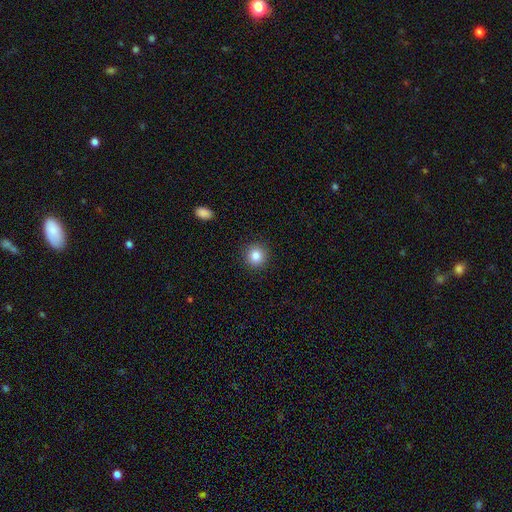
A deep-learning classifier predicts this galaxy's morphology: This appears to be a smooth galaxy with no disk features (84%) that is round (93%). Merging: none (92%).